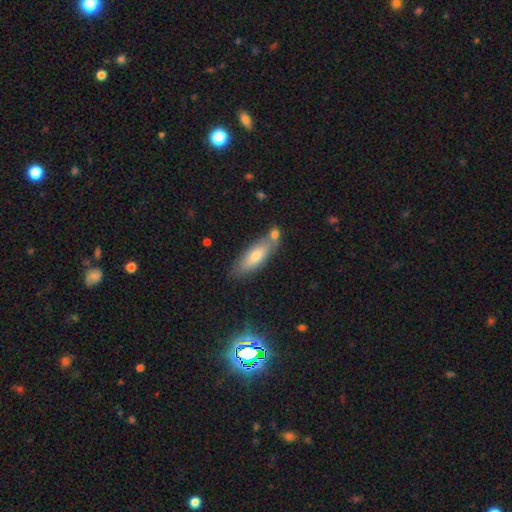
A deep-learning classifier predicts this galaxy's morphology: Smooth or featured?
  - smooth: 67% *
  - featured or disk: 24%
  - star or artifact: 9%
How rounded?
  - in between: 54% *
  - cigar-shaped: 44%
  - round: 2%
Merging?
  - none: 67% *
  - merger: 15%
  - minor disturbance: 14%
  - major disturbance: 3%